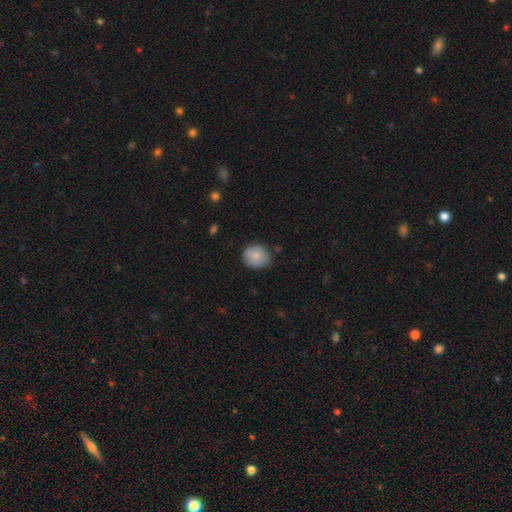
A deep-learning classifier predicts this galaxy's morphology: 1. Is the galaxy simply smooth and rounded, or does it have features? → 82% smooth, 11% featured or disk, 7% star or artifact.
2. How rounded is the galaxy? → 75% round, 24% in between, 1% cigar-shaped.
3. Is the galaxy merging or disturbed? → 72% none, 23% minor disturbance, 4% major disturbance, 2% merger.